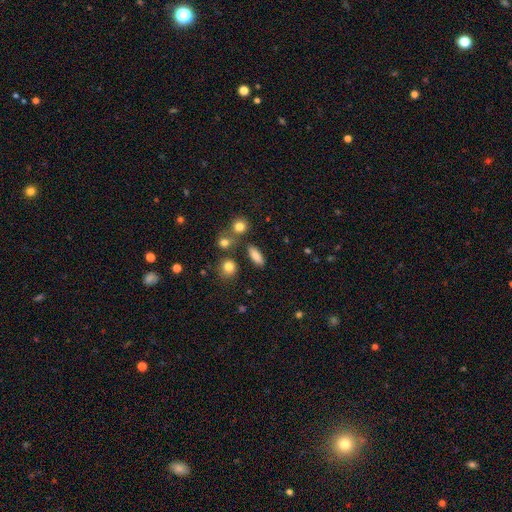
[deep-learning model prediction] Q: Smooth or featured?
A: smooth (82%); runner-up: star or artifact (10%)
Q: How rounded?
A: in between (69%); runner-up: cigar-shaped (23%)
Q: Merging?
A: none (80%); runner-up: minor disturbance (10%)